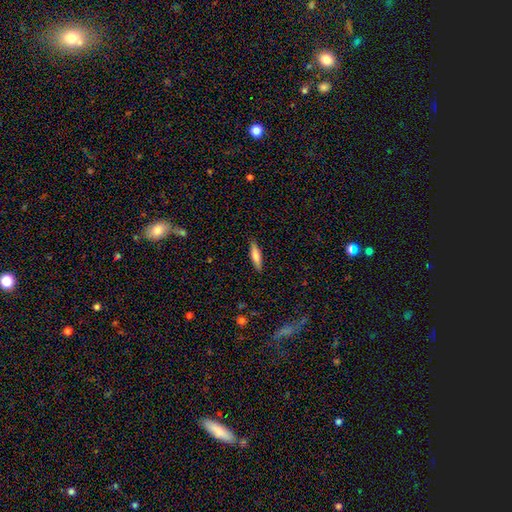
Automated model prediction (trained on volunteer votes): smooth_or_featured: smooth (p=0.74) [alt: featured or disk p=0.20]
how_rounded: cigar-shaped (p=0.72) [alt: in between p=0.26]
merging: none (p=0.88) [alt: minor disturbance p=0.09]